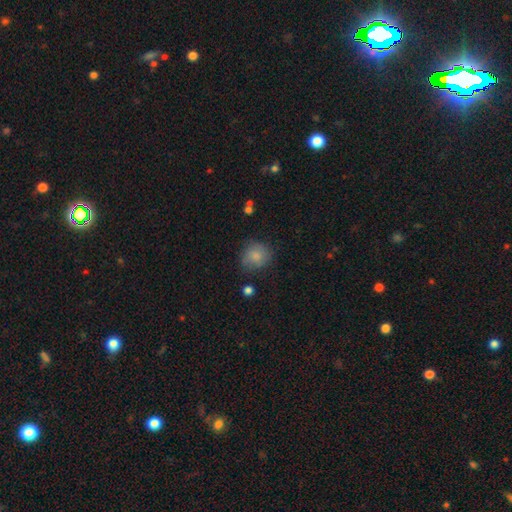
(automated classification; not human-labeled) A smooth galaxy with no disk features (80%) that is round (82%). Merging: none (70%).